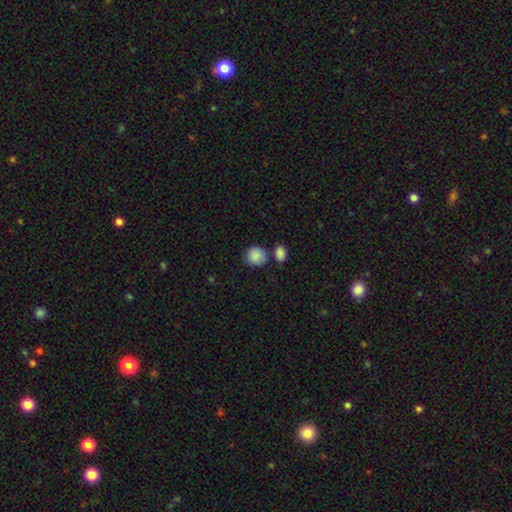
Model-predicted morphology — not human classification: Smooth or featured: smooth — 88% (star or artifact — 7%)
How rounded: round — 84% (in between — 15%)
Merging: none — 68% (merger — 17%)